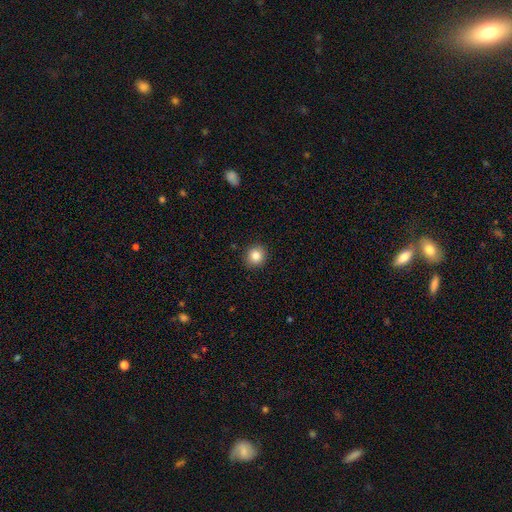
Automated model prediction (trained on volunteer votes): smooth_or_featured: smooth (p=0.84) [alt: star or artifact p=0.10]
how_rounded: round (p=0.89) [alt: in between p=0.10]
merging: none (p=0.91) [alt: minor disturbance p=0.06]